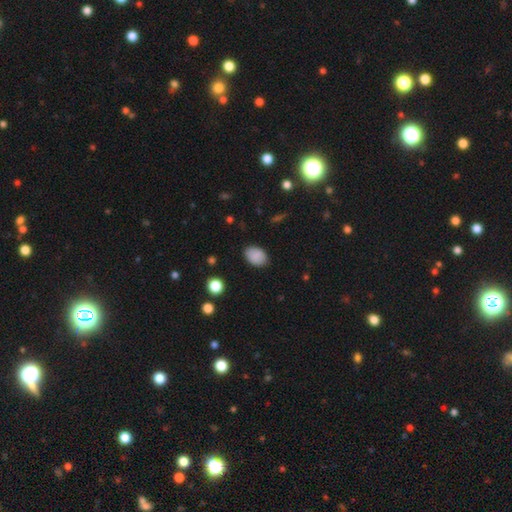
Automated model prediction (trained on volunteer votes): Smooth or featured?
  - smooth: 87% *
  - star or artifact: 8%
  - featured or disk: 5%
How rounded?
  - in between: 80% *
  - round: 19%
  - cigar-shaped: 1%
Merging?
  - none: 86% *
  - minor disturbance: 11%
  - major disturbance: 2%
  - merger: 1%